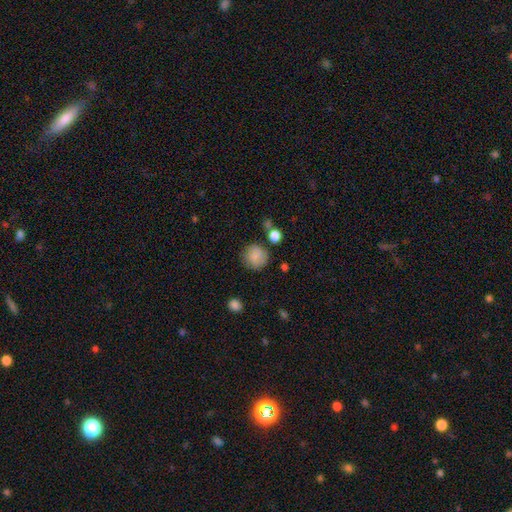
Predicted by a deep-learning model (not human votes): This is clearly a smooth galaxy (84%). How rounded: clearly round (90%). Merging: likely none (77%).